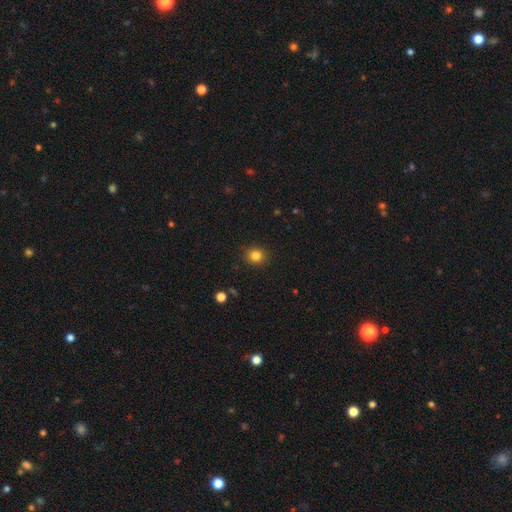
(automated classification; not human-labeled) A smooth galaxy with no disk features (83%) that is round (81%). Merging: none (89%).